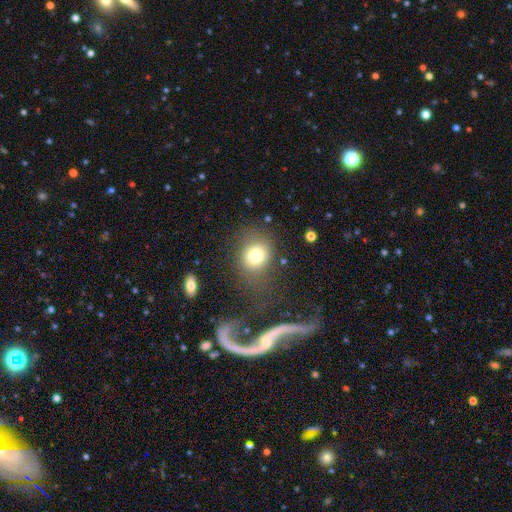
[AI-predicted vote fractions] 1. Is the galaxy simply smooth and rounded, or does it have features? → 79% smooth, 11% star or artifact, 10% featured or disk.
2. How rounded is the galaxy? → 63% round, 36% in between, 1% cigar-shaped.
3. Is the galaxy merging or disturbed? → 63% none, 17% minor disturbance, 13% major disturbance, 6% merger.